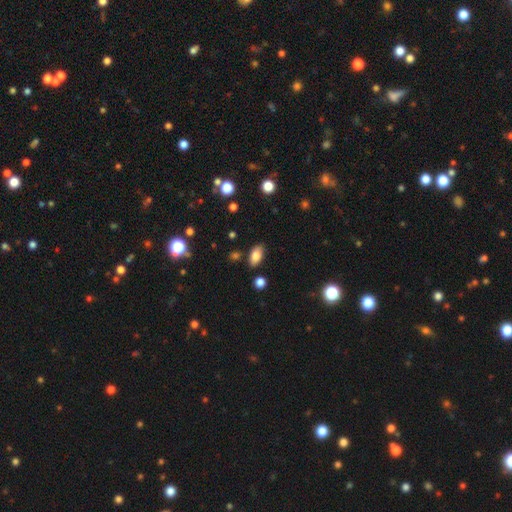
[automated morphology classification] The model was most divided on "merging": none: 83%, minor disturbance: 12%, merger: 3%, major disturbance: 3%. More confident: how rounded — in between (91%); smooth or featured — smooth (82%).